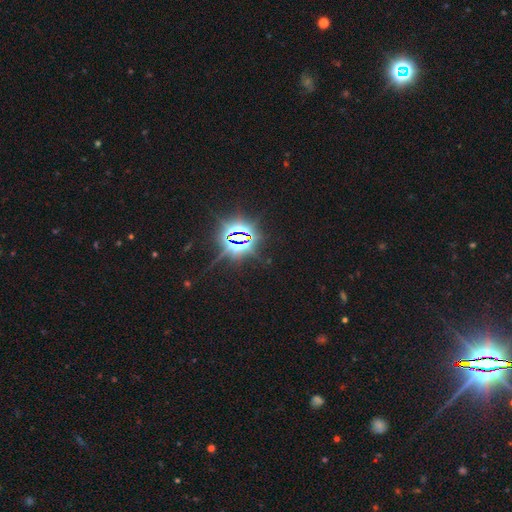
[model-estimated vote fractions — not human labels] This appears to be a star or artifact, not a galaxy (84%).